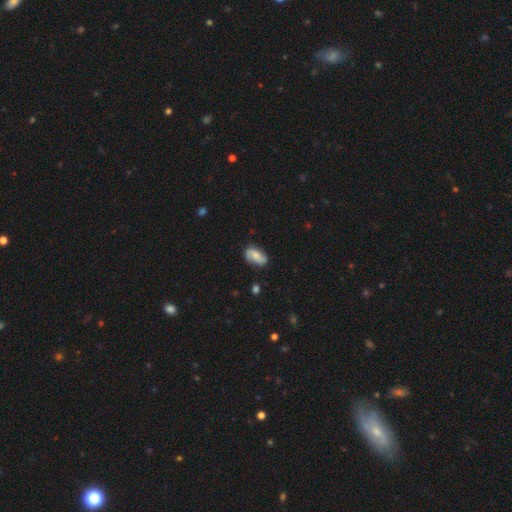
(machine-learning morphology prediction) Smooth or featured? smooth (49%)
Merging? none (73%)